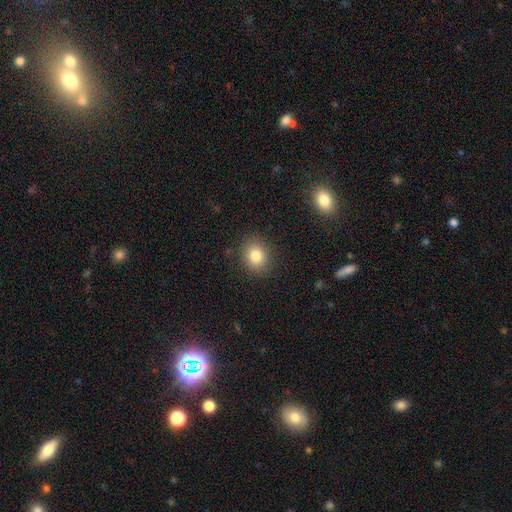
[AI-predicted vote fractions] smooth 83%, star or artifact 10%, featured or disk 7%. Down the decision tree: how rounded — round (65%); merging — none (86%).